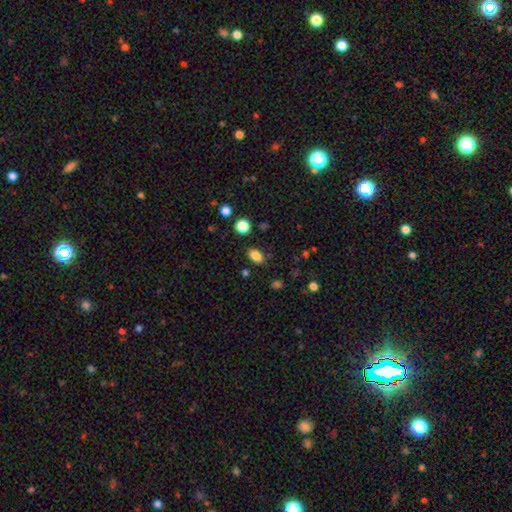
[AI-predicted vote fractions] Smooth or featured? smooth (85%)
How rounded? in between (84%)
Merging? none (84%)